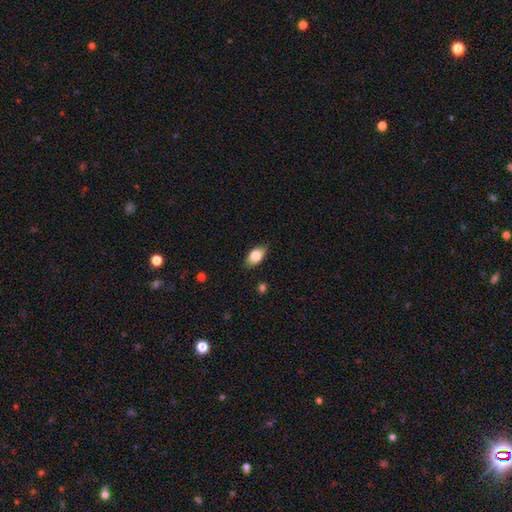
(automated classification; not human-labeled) Smooth or featured: smooth — 80% (featured or disk — 13%)
How rounded: in between — 89% (round — 8%)
Merging: none — 85% (minor disturbance — 12%)